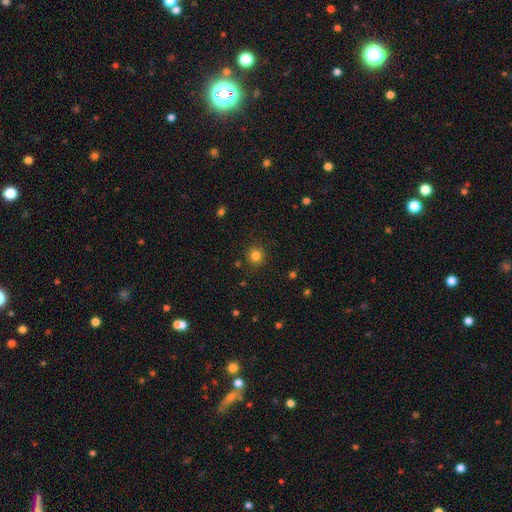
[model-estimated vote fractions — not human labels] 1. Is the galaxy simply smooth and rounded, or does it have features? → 82% smooth, 14% star or artifact, 5% featured or disk.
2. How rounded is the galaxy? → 91% round, 8% in between, 1% cigar-shaped.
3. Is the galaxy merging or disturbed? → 87% none, 8% minor disturbance, 3% major disturbance, 2% merger.